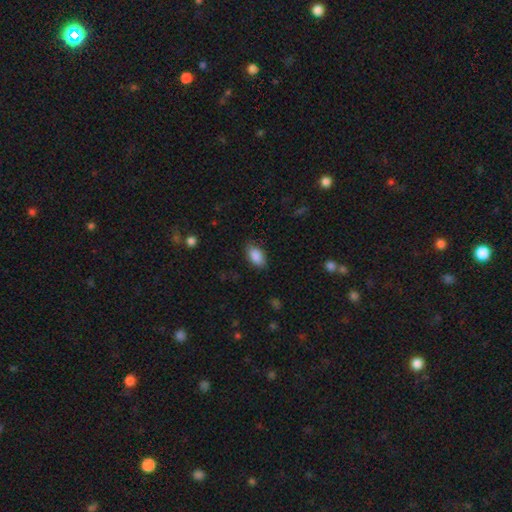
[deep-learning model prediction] smooth_or_featured: smooth (p=0.88) [alt: star or artifact p=0.07]
how_rounded: in between (p=0.93) [alt: round p=0.04]
merging: none (p=0.82) [alt: minor disturbance p=0.14]